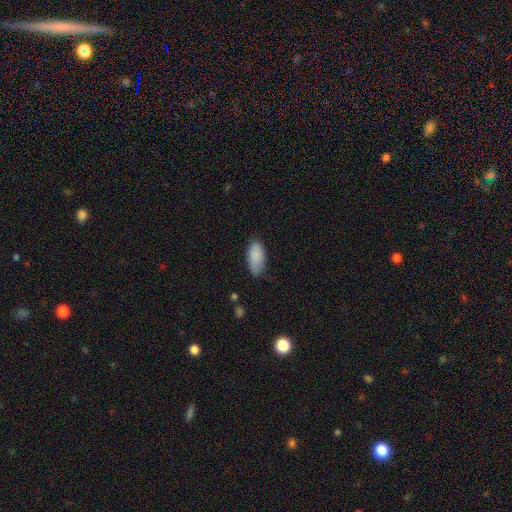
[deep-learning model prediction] Smooth or featured? Predicted: smooth (p=0.88). How rounded? Predicted: in between (p=0.91). Merging? Predicted: none (p=0.76).